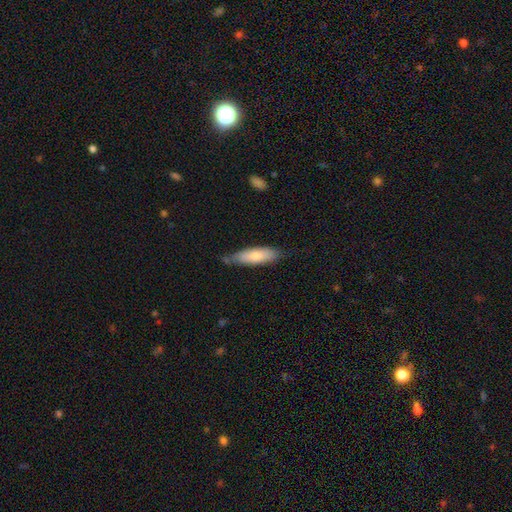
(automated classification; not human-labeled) smooth-or-featured: smooth: 74% | featured or disk: 20% | star or artifact: 6%
  how-rounded: cigar-shaped: 54% | in between: 45% | round: 2%
  merging: none: 68% | minor disturbance: 24% | major disturbance: 4% | merger: 3%